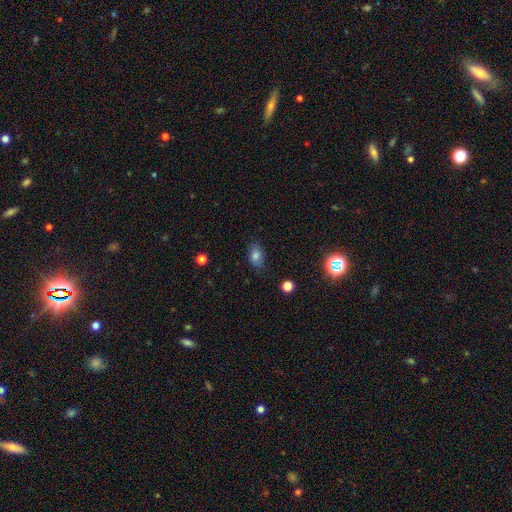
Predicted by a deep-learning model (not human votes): smooth 79%, star or artifact 13%, featured or disk 9%. Down the decision tree: how rounded — in between (80%); merging — none (76%).